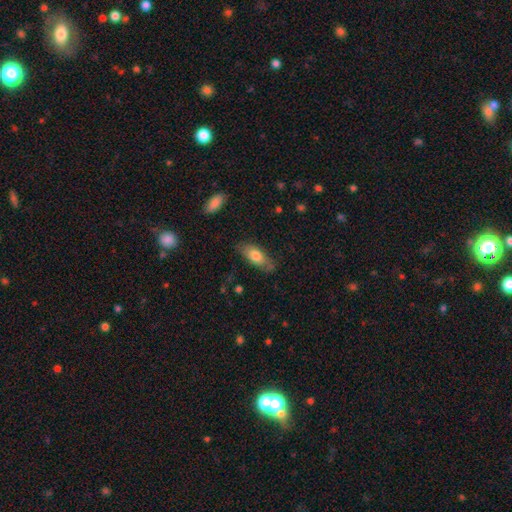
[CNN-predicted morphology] A smooth galaxy with no disk features (73%) that is in between round and cigar-shaped (76%).

Vote fractions:
- Smooth or featured? smooth: 73% / featured or disk: 20% / star or artifact: 6%
- How rounded? in between: 76% / cigar-shaped: 21% / round: 3%
- Merging? none: 72% / minor disturbance: 21% / major disturbance: 5% / merger: 2%